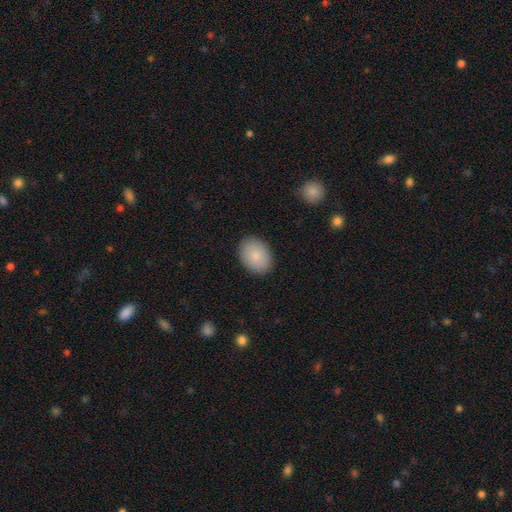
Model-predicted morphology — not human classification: Smooth or featured? Predicted: smooth (p=0.85). How rounded? Predicted: in between (p=0.71). Merging? Predicted: none (p=0.89).